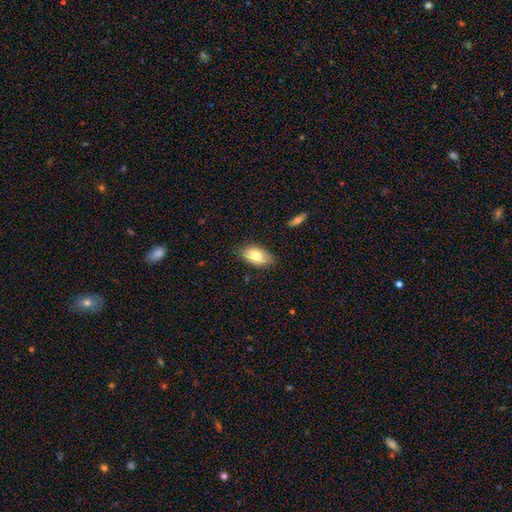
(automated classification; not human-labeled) A smooth galaxy with no disk features (78%) that is in between round and cigar-shaped (92%). Merging: none (81%).